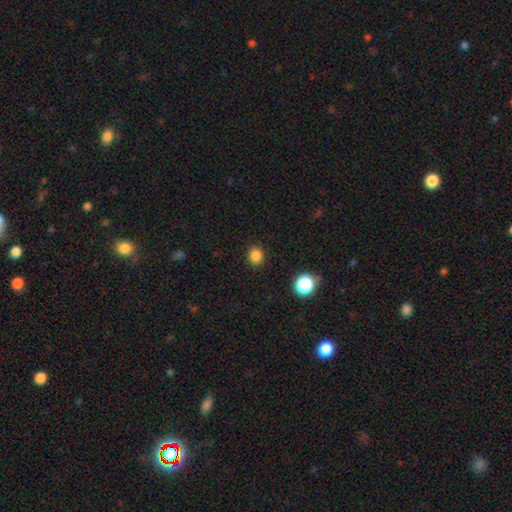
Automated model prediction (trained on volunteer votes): Smooth or featured?
  - smooth: 84% *
  - star or artifact: 13%
  - featured or disk: 3%
How rounded?
  - round: 81% *
  - in between: 18%
  - cigar-shaped: 1%
Merging?
  - none: 90% *
  - minor disturbance: 7%
  - major disturbance: 2%
  - merger: 1%